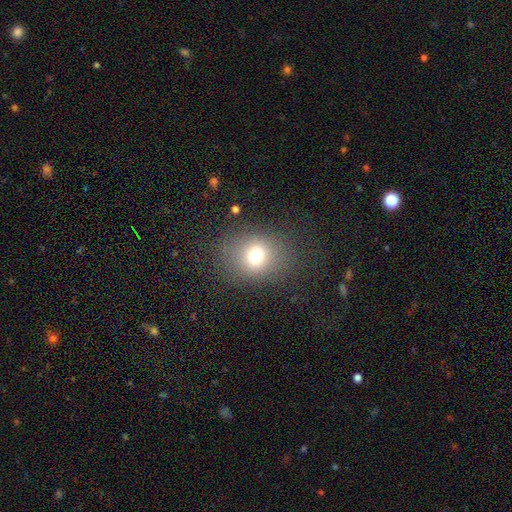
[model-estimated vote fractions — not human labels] Smooth or featured? Predicted: smooth (p=0.72). How rounded? Predicted: round (p=0.65). Merging? Predicted: none (p=0.80).